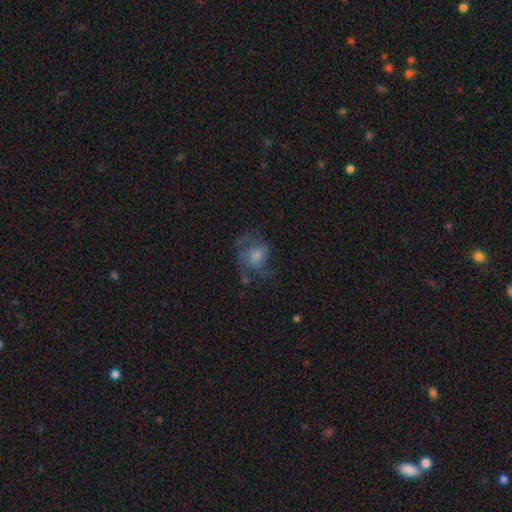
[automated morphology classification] The model was most divided on "bulge size": moderate: 41%, small: 28%, none: 17%, large: 12%, dominant: 2%. Remaining: edge-on disk — no (97%); spiral arms — yes (67%); bar — no (62%); smooth or featured — featured or disk (56%); merging — none (47%).